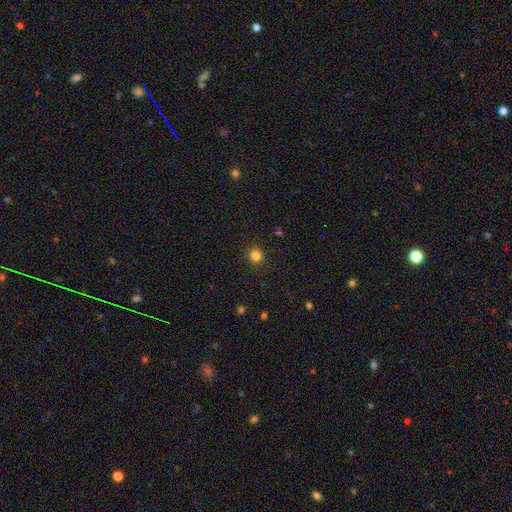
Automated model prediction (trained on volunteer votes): Smooth or featured? smooth (83%)
How rounded? round (91%)
Merging? none (91%)